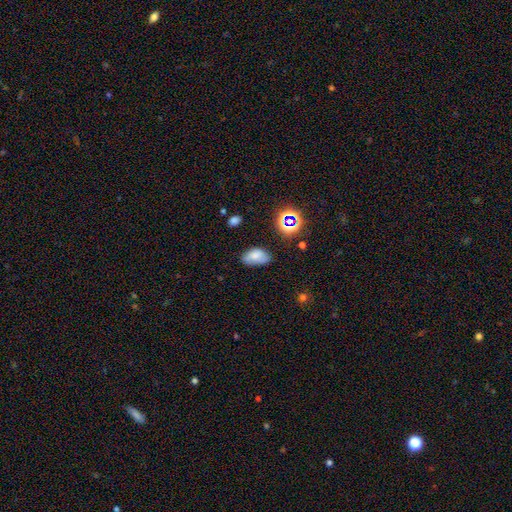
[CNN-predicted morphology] type=smooth (72%); roundness=in between (91%); merging=none (59%).